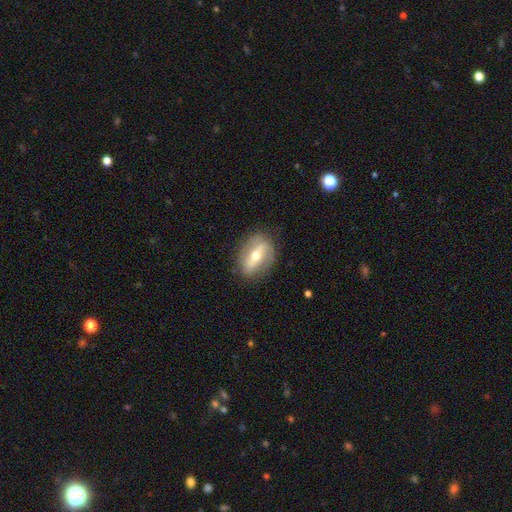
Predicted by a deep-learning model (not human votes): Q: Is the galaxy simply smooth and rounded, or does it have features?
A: featured or disk — 60%.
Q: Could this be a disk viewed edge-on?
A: no — 75%.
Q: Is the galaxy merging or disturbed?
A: none — 81%.